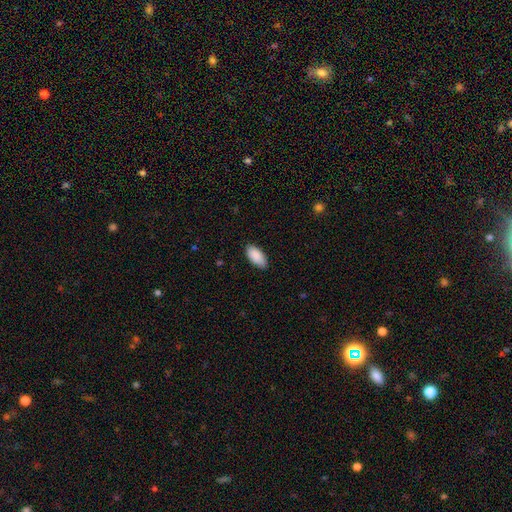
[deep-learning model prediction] smooth-or-featured: smooth: 90% | star or artifact: 6% | featured or disk: 4%
  how-rounded: in between: 93% | cigar-shaped: 5% | round: 2%
  merging: none: 84% | minor disturbance: 13% | major disturbance: 2% | merger: 1%